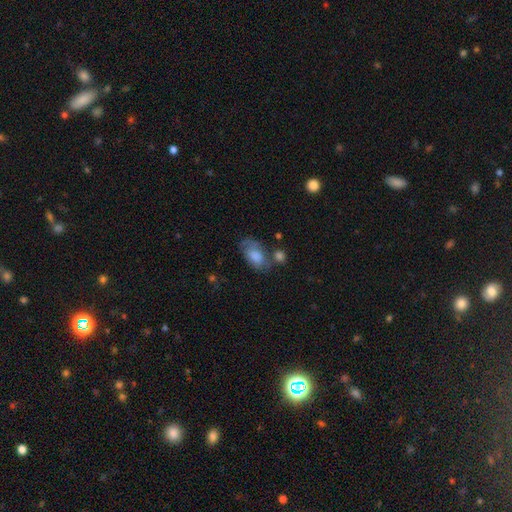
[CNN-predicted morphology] Overall: smooth (75%). How rounded: in between (91%). Merging: none (40%; minor disturbance 26%).